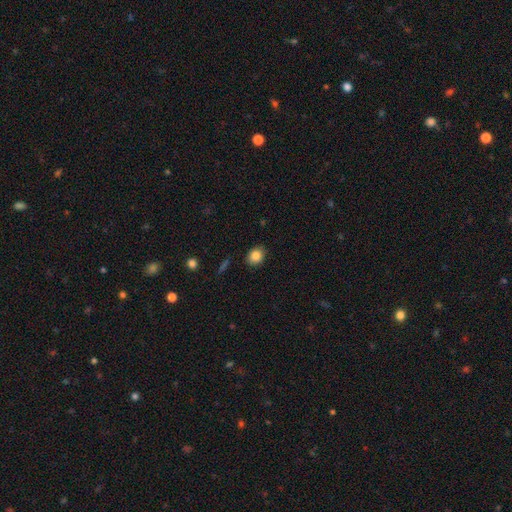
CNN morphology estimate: A smooth galaxy with no disk features (85%) that is round (55%).

Vote fractions:
- Smooth or featured? smooth: 85% / star or artifact: 9% / featured or disk: 6%
- How rounded? round: 55% / in between: 44% / cigar-shaped: 1%
- Merging? none: 86% / minor disturbance: 11% / major disturbance: 2% / merger: 1%